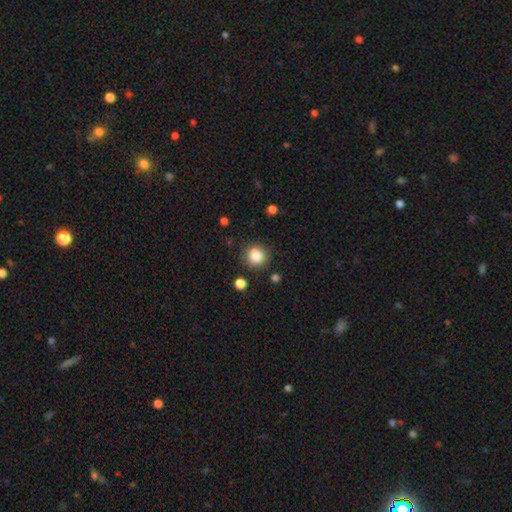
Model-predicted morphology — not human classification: Smooth or featured? smooth (85%)
How rounded? round (90%)
Merging? none (86%)